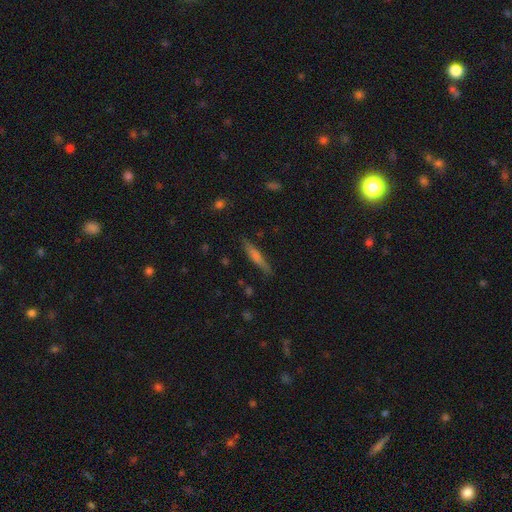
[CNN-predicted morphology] smooth-or-featured: smooth: 51% | featured or disk: 42% | star or artifact: 8%
  how-rounded: cigar-shaped: 91% | in between: 7% | round: 2%
  merging: none: 87% | minor disturbance: 10% | major disturbance: 2% | merger: 1%